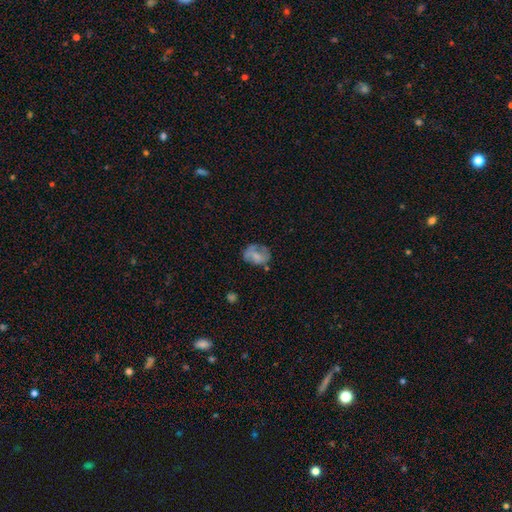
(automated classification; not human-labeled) Smooth or featured? smooth (54%)
How rounded? in between (59%)
Merging? none (51%)